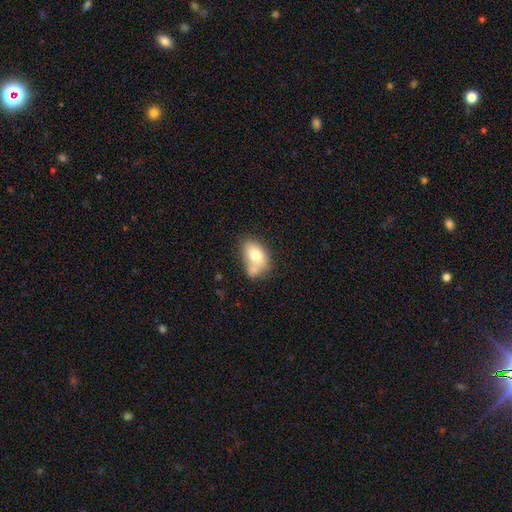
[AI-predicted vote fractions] A smooth galaxy with no disk features (73%) that is in between round and cigar-shaped (85%).

Vote fractions:
- Smooth or featured? smooth: 73% / featured or disk: 19% / star or artifact: 8%
- How rounded? in between: 85% / round: 14% / cigar-shaped: 1%
- Merging? none: 37% / merger: 32% / minor disturbance: 22% / major disturbance: 9%